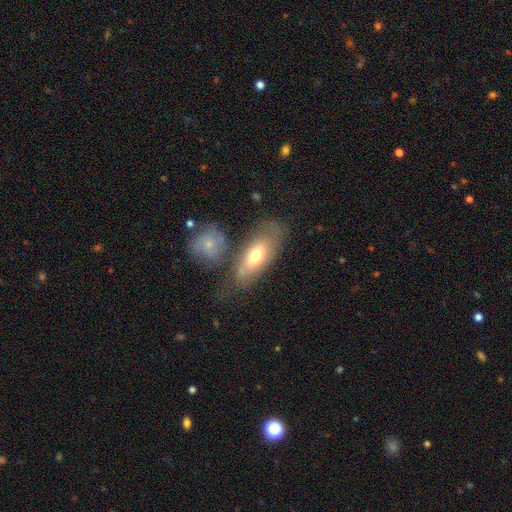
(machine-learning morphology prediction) This is likely a smooth galaxy (63%). How rounded: likely in between (80%). Merging: possibly none (53%).